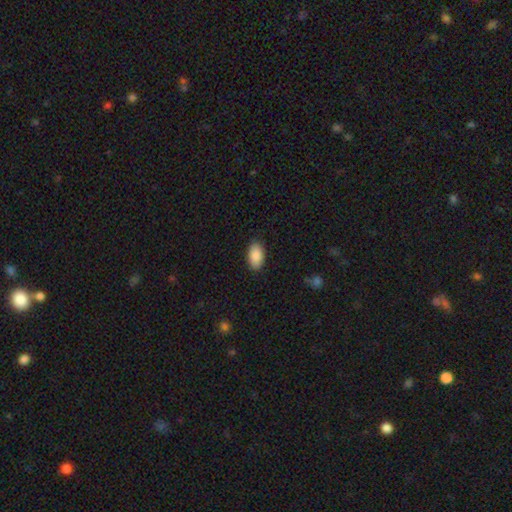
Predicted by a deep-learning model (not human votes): smooth-or-featured: smooth: 88% | star or artifact: 7% | featured or disk: 5%
  how-rounded: in between: 95% | round: 3% | cigar-shaped: 2%
  merging: none: 88% | minor disturbance: 9% | major disturbance: 2% | merger: 1%